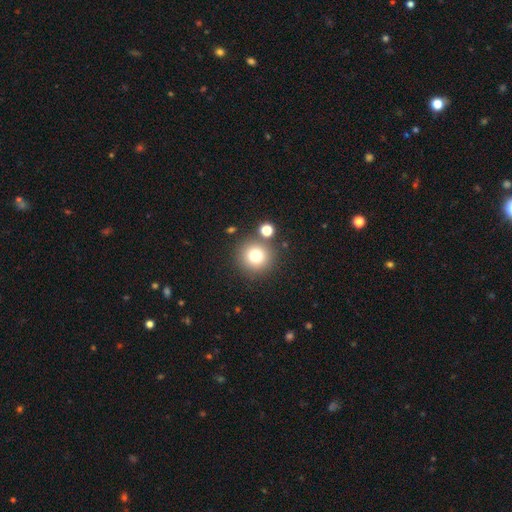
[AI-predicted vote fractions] A smooth galaxy with no disk features (77%) that is round (94%).

Vote fractions:
- Smooth or featured? smooth: 77% / star or artifact: 14% / featured or disk: 9%
- How rounded? round: 94% / in between: 5% / cigar-shaped: 1%
- Merging? none: 81% / merger: 8% / minor disturbance: 7% / major disturbance: 3%